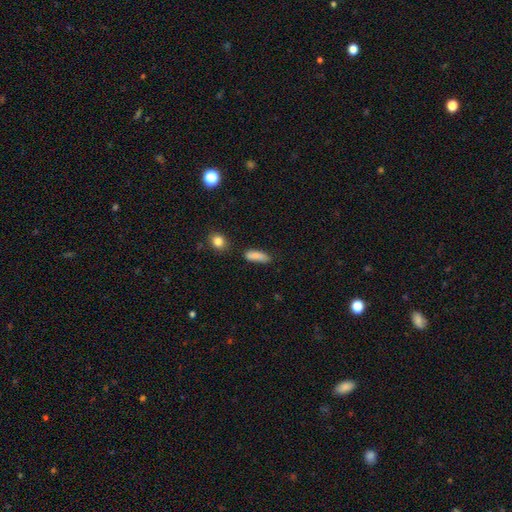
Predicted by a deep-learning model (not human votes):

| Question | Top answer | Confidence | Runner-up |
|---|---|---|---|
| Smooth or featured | smooth | 85% | star or artifact (8%) |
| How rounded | in between | 59% | cigar-shaped (38%) |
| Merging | none | 70% | minor disturbance (20%) |